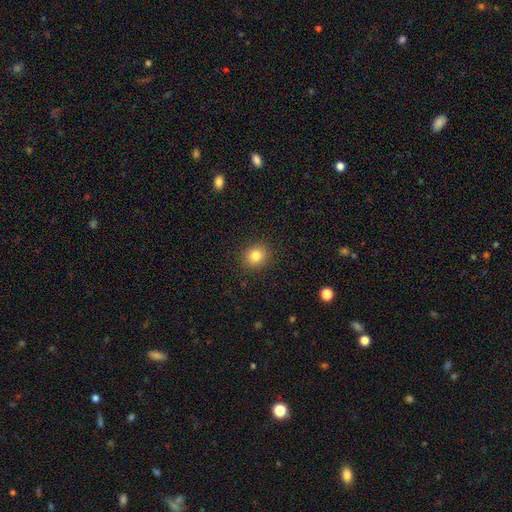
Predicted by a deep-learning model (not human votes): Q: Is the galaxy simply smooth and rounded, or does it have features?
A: smooth — 82%.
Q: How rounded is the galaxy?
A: round — 80%.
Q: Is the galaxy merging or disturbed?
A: none — 90%.